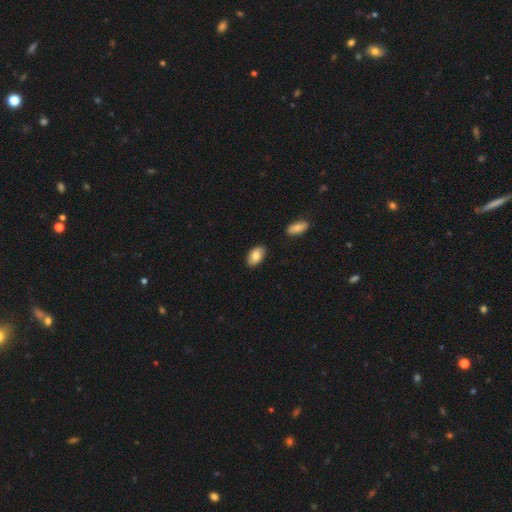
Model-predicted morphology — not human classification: A smooth galaxy with no disk features (82%) that is in between round and cigar-shaped (94%).

Vote fractions:
- Smooth or featured? smooth: 82% / featured or disk: 12% / star or artifact: 6%
- How rounded? in between: 94% / round: 5% / cigar-shaped: 2%
- Merging? none: 85% / minor disturbance: 10% / merger: 3% / major disturbance: 2%